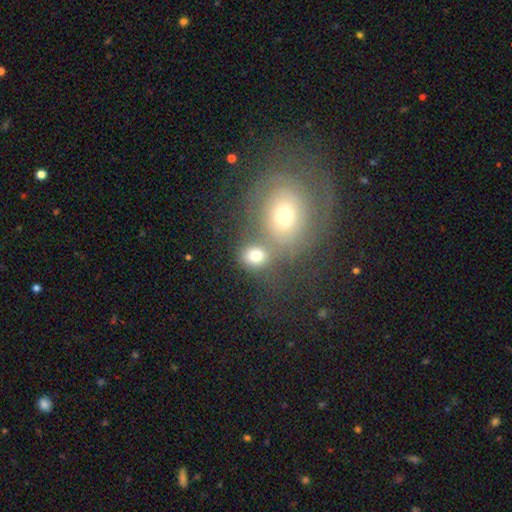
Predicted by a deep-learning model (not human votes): Smooth or featured?
  - smooth: 73% *
  - star or artifact: 14%
  - featured or disk: 13%
How rounded?
  - round: 65% *
  - in between: 34%
  - cigar-shaped: 1%
Merging?
  - none: 48% *
  - merger: 36%
  - minor disturbance: 10%
  - major disturbance: 6%